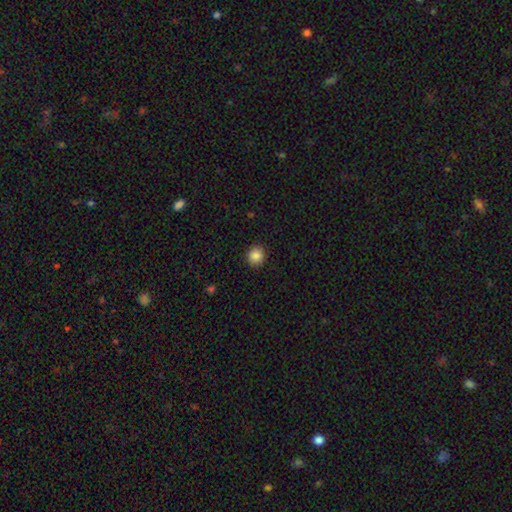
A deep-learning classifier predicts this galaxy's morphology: Smooth or featured? smooth (87%)
How rounded? round (84%)
Merging? none (91%)